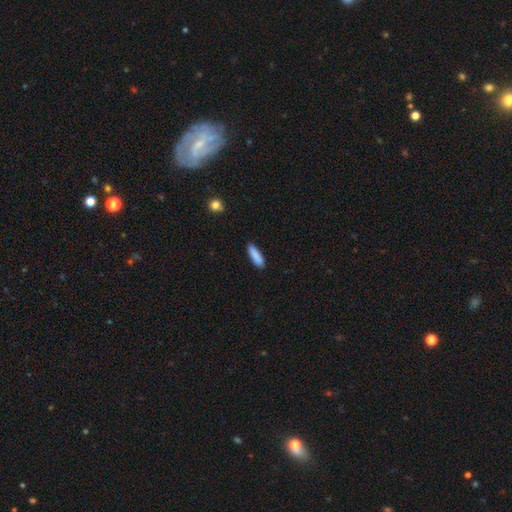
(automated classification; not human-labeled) Q: Smooth or featured?
A: smooth (88%); runner-up: star or artifact (7%)
Q: How rounded?
A: cigar-shaped (60%); runner-up: in between (38%)
Q: Merging?
A: none (87%); runner-up: minor disturbance (10%)